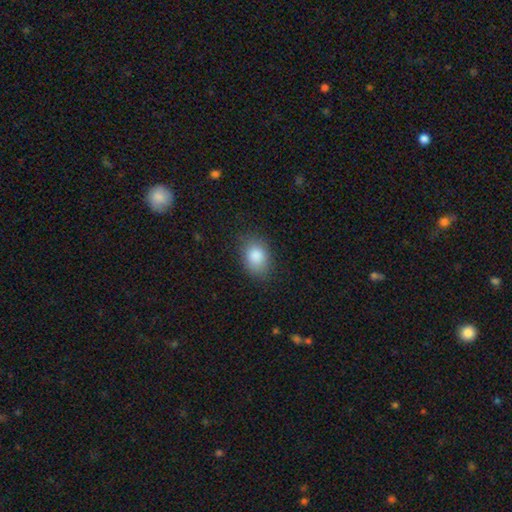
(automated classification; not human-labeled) This appears to be a smooth galaxy with no disk features (86%) that is in between round and cigar-shaped (71%). Merging: none (79%).